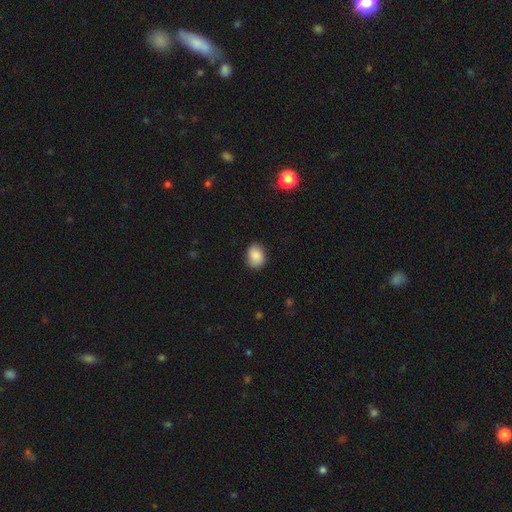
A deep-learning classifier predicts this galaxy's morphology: smooth_or_featured: smooth (p=0.87) [alt: star or artifact p=0.08]
how_rounded: in between (p=0.58) [alt: round p=0.41]
merging: none (p=0.84) [alt: minor disturbance p=0.13]